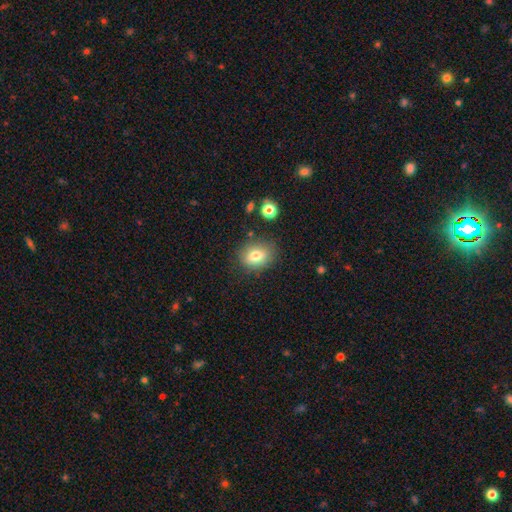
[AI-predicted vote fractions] smooth_or_featured: smooth (p=0.78) [alt: featured or disk p=0.11]
how_rounded: in between (p=0.56) [alt: round p=0.43]
merging: none (p=0.78) [alt: minor disturbance p=0.15]